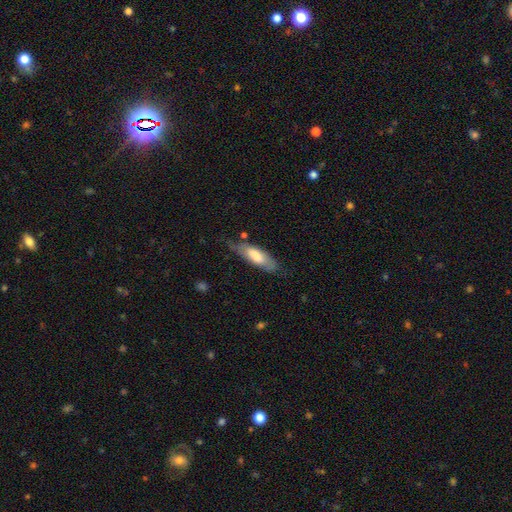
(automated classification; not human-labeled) A smooth galaxy with no disk features (61%) that is in between round and cigar-shaped (53%).

Vote fractions:
- Smooth or featured? smooth: 61% / featured or disk: 33% / star or artifact: 6%
- How rounded? in between: 53% / cigar-shaped: 45% / round: 2%
- Merging? none: 60% / minor disturbance: 28% / major disturbance: 10% / merger: 3%